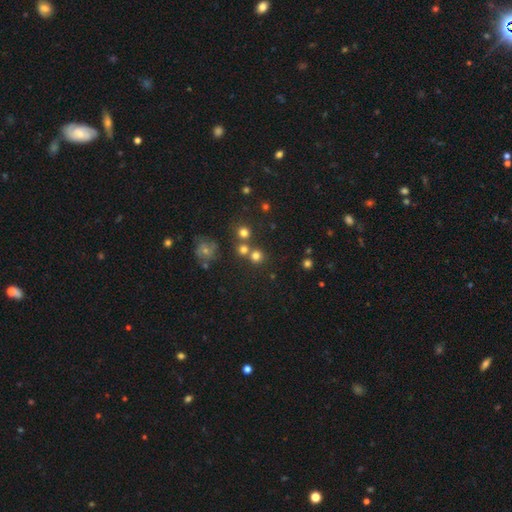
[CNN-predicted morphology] Q: Smooth or featured?
A: smooth (74%); runner-up: star or artifact (18%)
Q: How rounded?
A: round (91%); runner-up: in between (8%)
Q: Merging?
A: none (69%); runner-up: merger (22%)